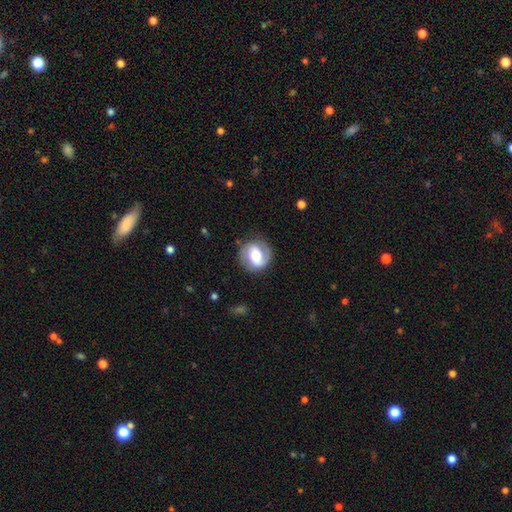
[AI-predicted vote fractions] featured or disk 66%, smooth 28%, star or artifact 6%. Down the decision tree: edge-on disk — no (97%); bar — weak (40%); spiral arms — yes (81%); spiral arm count — 2 (81%); spiral winding — medium (42%); bulge size — moderate (66%); merging — none (82%).